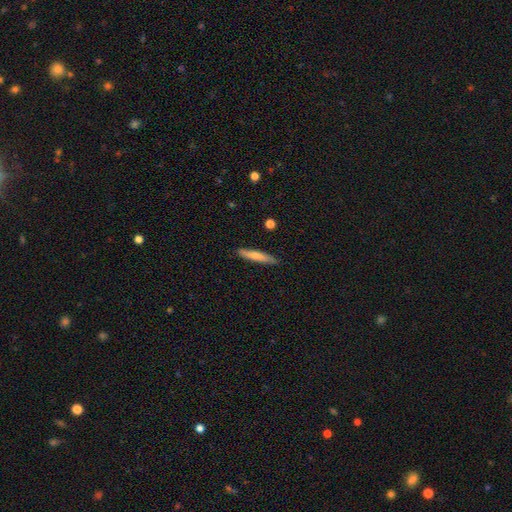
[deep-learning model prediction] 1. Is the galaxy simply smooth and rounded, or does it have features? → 68% smooth, 26% featured or disk, 6% star or artifact.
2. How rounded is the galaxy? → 91% cigar-shaped, 7% in between, 1% round.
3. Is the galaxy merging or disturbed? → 87% none, 9% minor disturbance, 2% major disturbance, 1% merger.